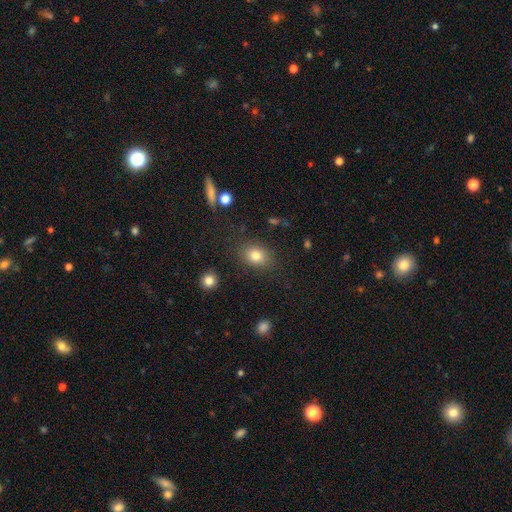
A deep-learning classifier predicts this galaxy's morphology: smooth-or-featured: smooth: 80% | star or artifact: 11% | featured or disk: 9%
  how-rounded: in between: 61% | round: 38% | cigar-shaped: 1%
  merging: none: 83% | minor disturbance: 11% | major disturbance: 4% | merger: 2%